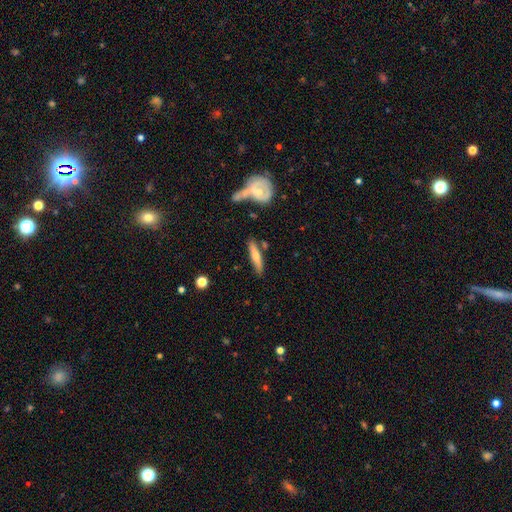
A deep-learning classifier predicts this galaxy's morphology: type=smooth (56%); roundness=cigar-shaped (81%); merging=none (73%).